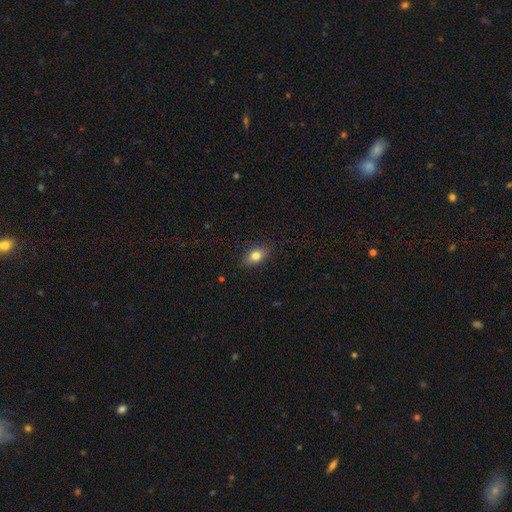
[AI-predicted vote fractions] Smooth or featured?
  - smooth: 80% *
  - featured or disk: 10%
  - star or artifact: 10%
How rounded?
  - in between: 80% *
  - round: 17%
  - cigar-shaped: 3%
Merging?
  - none: 85% *
  - minor disturbance: 12%
  - major disturbance: 3%
  - merger: 1%